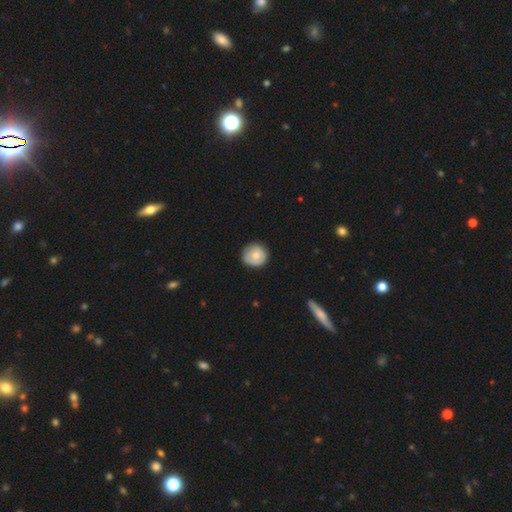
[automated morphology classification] A smooth galaxy with no disk features (72%) that is round (90%).

Vote fractions:
- Smooth or featured? smooth: 72% / featured or disk: 22% / star or artifact: 6%
- How rounded? round: 90% / in between: 9% / cigar-shaped: 1%
- Merging? none: 83% / minor disturbance: 13% / major disturbance: 2% / merger: 1%